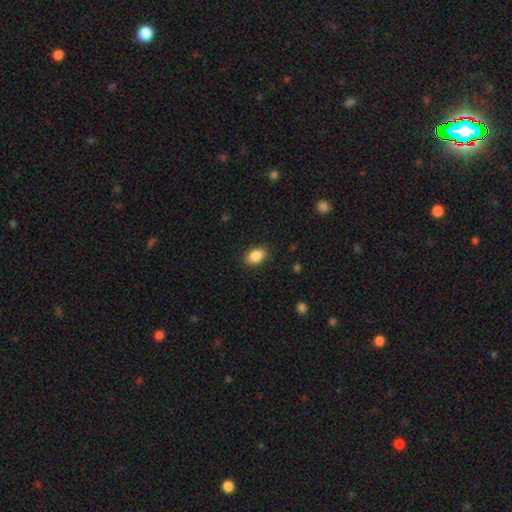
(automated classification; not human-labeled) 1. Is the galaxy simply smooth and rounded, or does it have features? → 88% smooth, 8% star or artifact, 5% featured or disk.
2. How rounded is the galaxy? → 88% in between, 11% round, 1% cigar-shaped.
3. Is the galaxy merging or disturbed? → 88% none, 9% minor disturbance, 2% major disturbance, 1% merger.